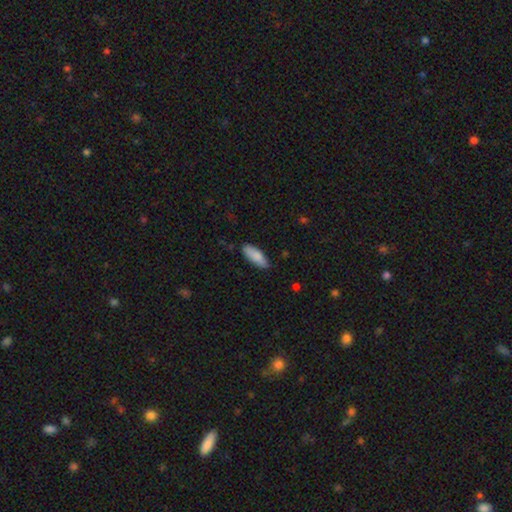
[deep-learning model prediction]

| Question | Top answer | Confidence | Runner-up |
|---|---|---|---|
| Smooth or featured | smooth | 87% | featured or disk (8%) |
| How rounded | in between | 71% | cigar-shaped (27%) |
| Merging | none | 80% | minor disturbance (16%) |